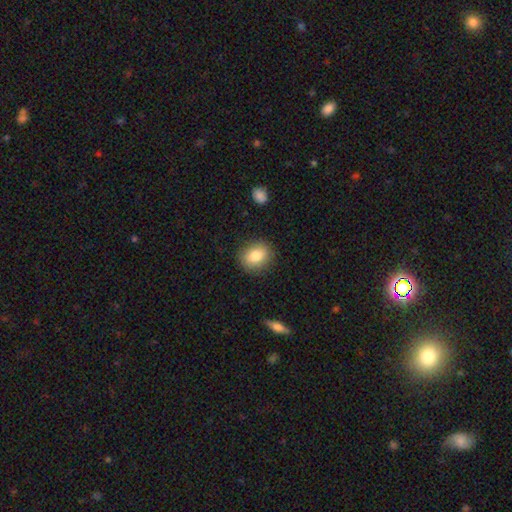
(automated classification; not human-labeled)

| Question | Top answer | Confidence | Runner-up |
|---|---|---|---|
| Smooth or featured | smooth | 82% | featured or disk (9%) |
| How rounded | round | 59% | in between (40%) |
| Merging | none | 87% | minor disturbance (9%) |